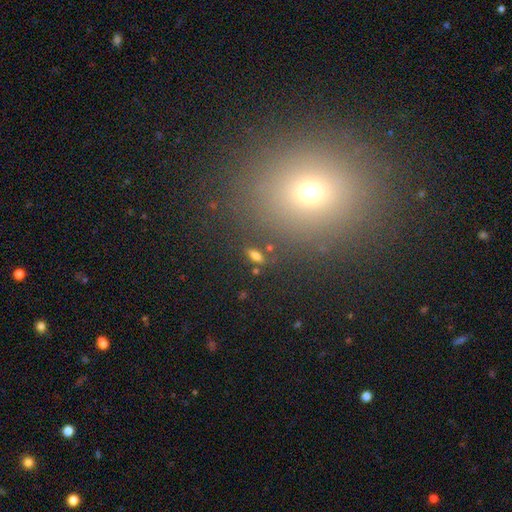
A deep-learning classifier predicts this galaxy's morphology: smooth_or_featured: smooth (p=0.71) [alt: star or artifact p=0.16]
how_rounded: in between (p=0.80) [alt: cigar-shaped p=0.13]
merging: none (p=0.83) [alt: minor disturbance p=0.09]